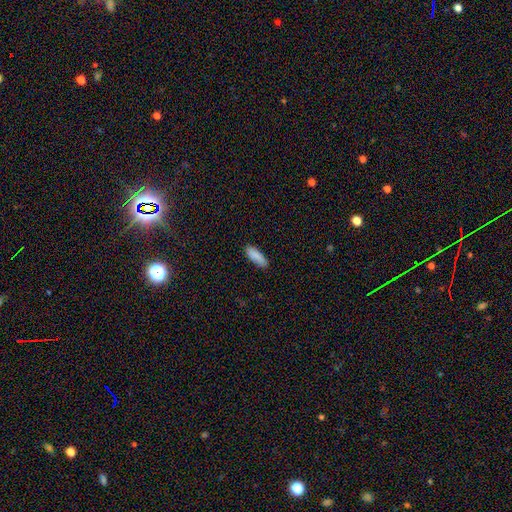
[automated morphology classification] Q: Smooth or featured?
A: smooth (88%); runner-up: star or artifact (6%)
Q: How rounded?
A: in between (60%); runner-up: cigar-shaped (38%)
Q: Merging?
A: none (86%); runner-up: minor disturbance (11%)